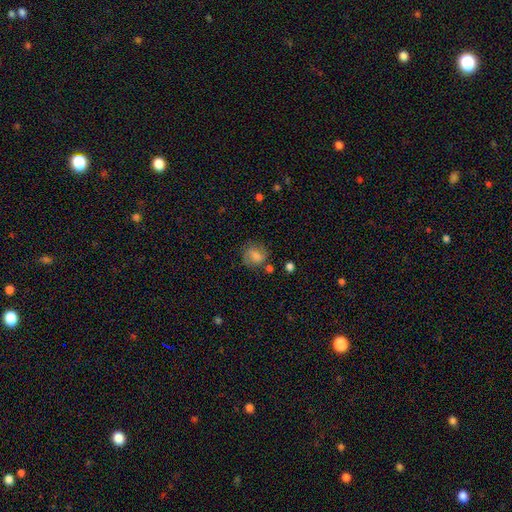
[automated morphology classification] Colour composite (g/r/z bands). It shows a smooth galaxy with no disk features (53%) that is round (72%). Merging: none (69%).